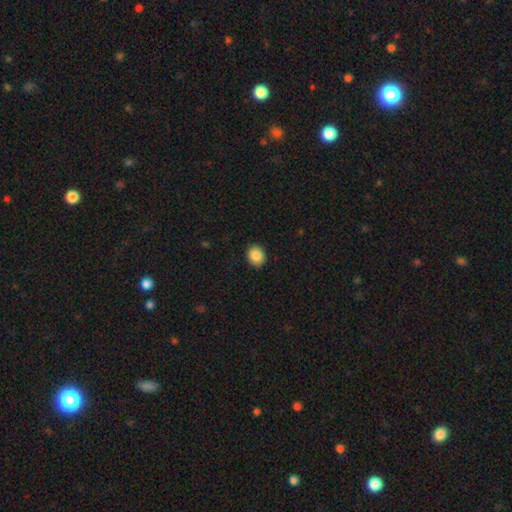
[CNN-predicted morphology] This appears to be a smooth galaxy with no disk features (88%) that is round (62%). Merging: none (90%).